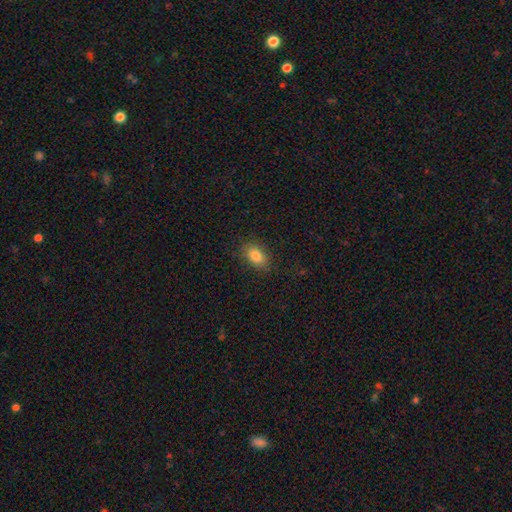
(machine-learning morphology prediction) This appears to be a smooth galaxy with no disk features (83%) that is in between round and cigar-shaped (84%). Merging: none (84%).